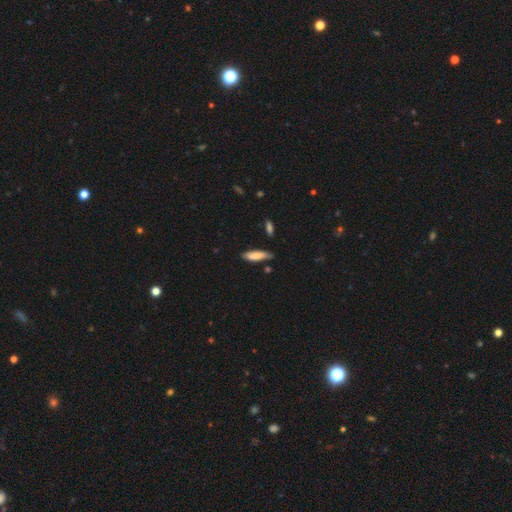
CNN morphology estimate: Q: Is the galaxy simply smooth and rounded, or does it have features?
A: smooth — 79%.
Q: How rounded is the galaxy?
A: cigar-shaped — 55%.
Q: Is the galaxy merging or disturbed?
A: none — 73%.